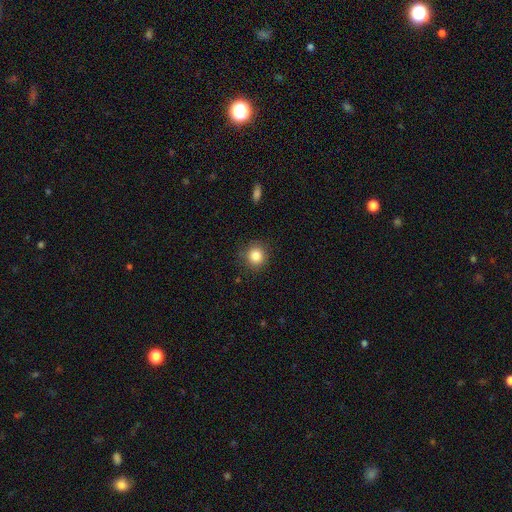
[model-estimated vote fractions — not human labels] smooth-or-featured: smooth: 85% | star or artifact: 10% | featured or disk: 5%
  how-rounded: round: 91% | in between: 8% | cigar-shaped: 1%
  merging: none: 87% | minor disturbance: 9% | major disturbance: 3% | merger: 1%